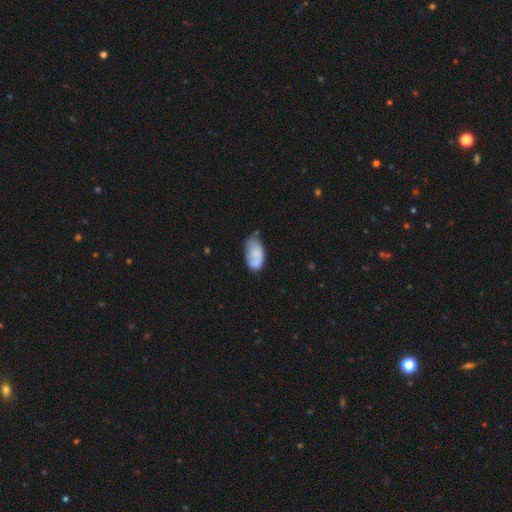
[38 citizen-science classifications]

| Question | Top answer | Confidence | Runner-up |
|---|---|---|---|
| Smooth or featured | smooth | 82% | featured or disk (13%) |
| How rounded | in between | 94% | cigar-shaped (6%) |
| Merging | none | 36% | minor disturbance (31%) |